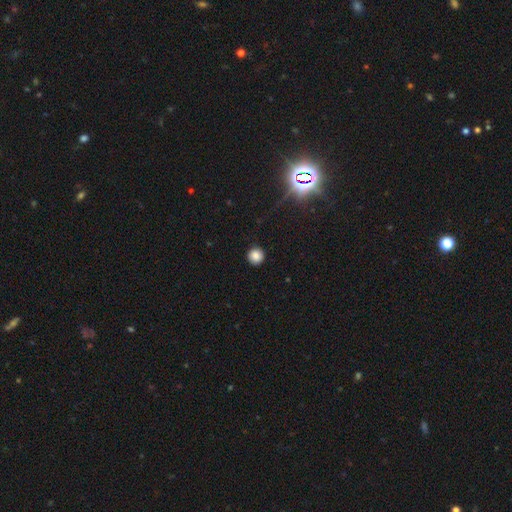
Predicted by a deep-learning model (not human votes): Smooth or featured?
  - smooth: 84% *
  - star or artifact: 12%
  - featured or disk: 4%
How rounded?
  - round: 94% *
  - in between: 5%
  - cigar-shaped: 1%
Merging?
  - none: 90% *
  - minor disturbance: 7%
  - major disturbance: 2%
  - merger: 1%